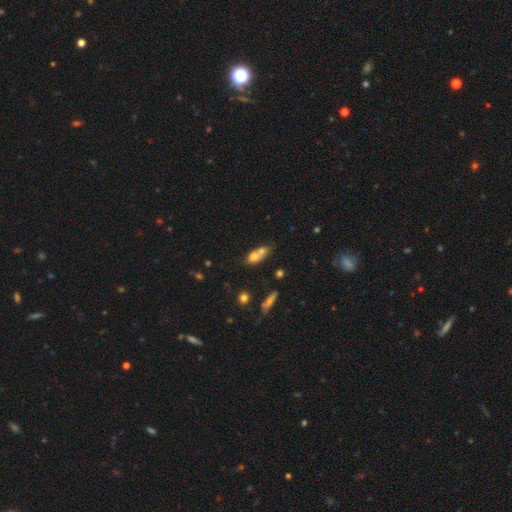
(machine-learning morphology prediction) Overall: smooth (68%). How rounded: in between (67%). Merging: merger (59%; none 26%).